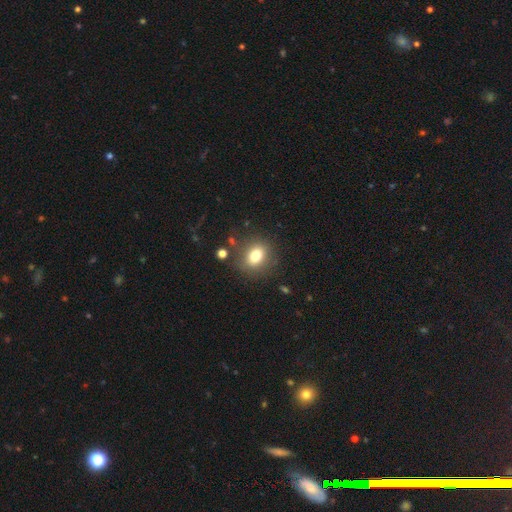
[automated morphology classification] Smooth or featured: smooth — 78% (featured or disk — 11%)
How rounded: in between — 57% (round — 42%)
Merging: none — 82% (minor disturbance — 11%)